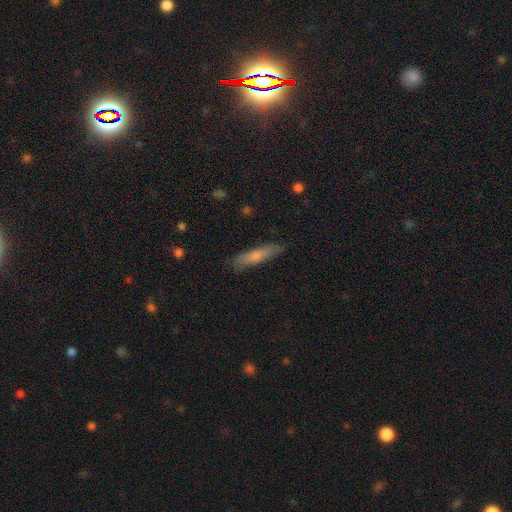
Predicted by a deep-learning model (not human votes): smooth_or_featured: smooth (p=0.68) [alt: featured or disk p=0.25]
how_rounded: cigar-shaped (p=0.83) [alt: in between p=0.15]
merging: none (p=0.83) [alt: minor disturbance p=0.13]